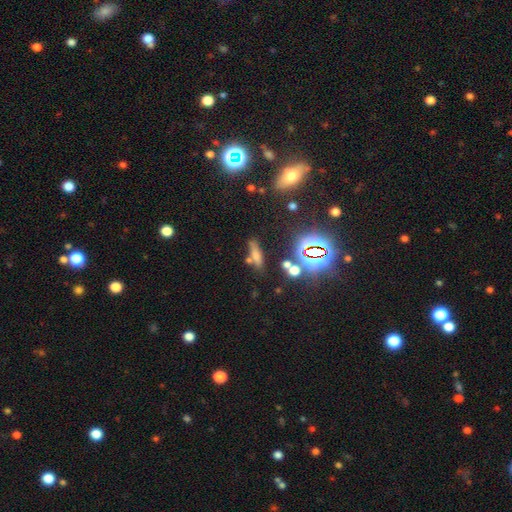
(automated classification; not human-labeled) Morphology: type=smooth (58%); roundness=cigar-shaped (65%); merging=none (67%).